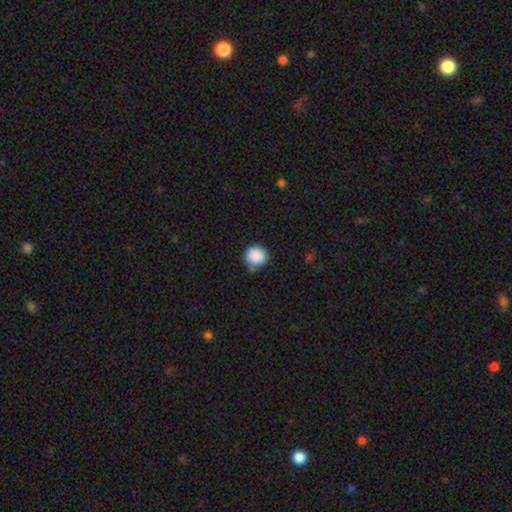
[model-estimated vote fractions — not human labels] Smooth or featured? smooth (89%)
How rounded? round (89%)
Merging? none (79%)